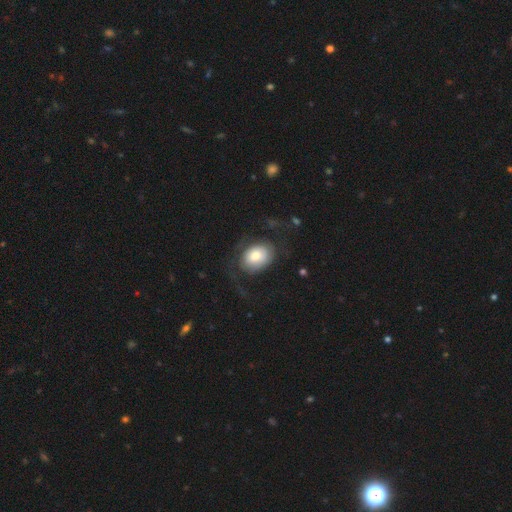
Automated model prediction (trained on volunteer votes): Smooth or featured? Predicted: smooth (p=0.59). How rounded? Predicted: in between (p=0.72). Merging? Predicted: none (p=0.51).